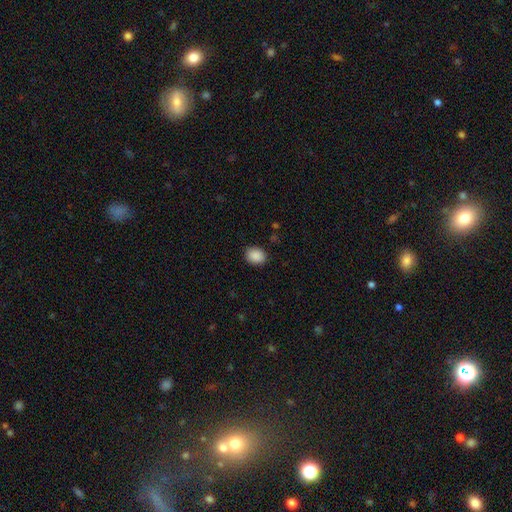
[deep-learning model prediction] A smooth galaxy with no disk features (89%) that is in between round and cigar-shaped (51%).

Vote fractions:
- Smooth or featured? smooth: 89% / star or artifact: 8% / featured or disk: 3%
- How rounded? in between: 51% / round: 49% / cigar-shaped: 1%
- Merging? none: 87% / minor disturbance: 9% / major disturbance: 2% / merger: 1%